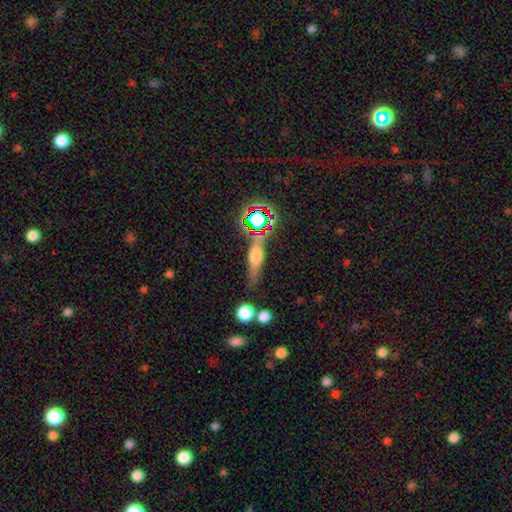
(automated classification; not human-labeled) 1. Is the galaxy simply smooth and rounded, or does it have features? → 59% featured or disk, 29% smooth, 12% star or artifact.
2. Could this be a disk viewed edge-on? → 91% yes, 9% no.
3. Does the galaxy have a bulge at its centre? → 88% rounded, 9% boxy, 3% none.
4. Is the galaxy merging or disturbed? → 75% none, 14% minor disturbance, 7% merger, 5% major disturbance.